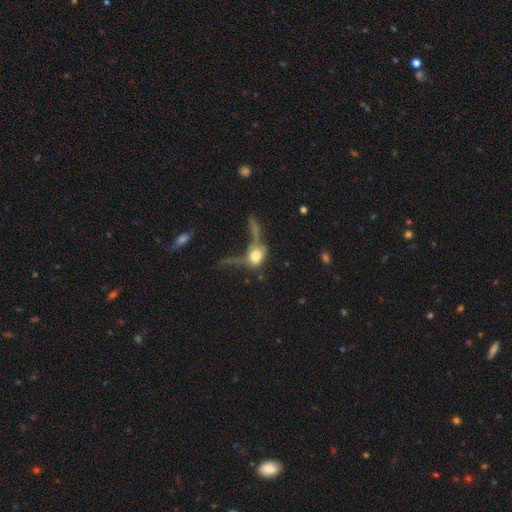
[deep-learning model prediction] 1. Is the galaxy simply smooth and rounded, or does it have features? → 62% smooth, 25% featured or disk, 14% star or artifact.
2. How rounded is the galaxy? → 51% in between, 42% round, 7% cigar-shaped.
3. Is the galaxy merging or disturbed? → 30% major disturbance, 28% merger, 28% none, 14% minor disturbance.